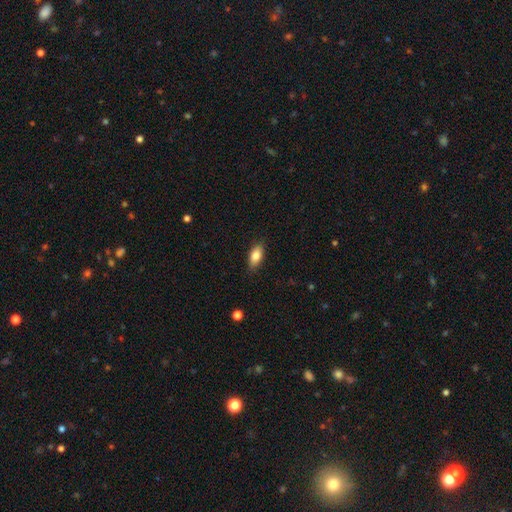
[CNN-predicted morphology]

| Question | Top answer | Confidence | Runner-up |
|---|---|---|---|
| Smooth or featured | smooth | 83% | featured or disk (10%) |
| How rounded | in between | 87% | cigar-shaped (8%) |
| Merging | none | 85% | minor disturbance (12%) |